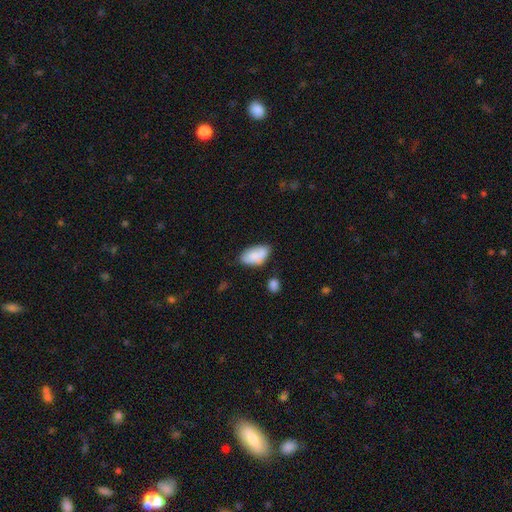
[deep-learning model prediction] smooth-or-featured: smooth: 84% | featured or disk: 10% | star or artifact: 7%
  how-rounded: in between: 94% | round: 3% | cigar-shaped: 3%
  merging: none: 60% | minor disturbance: 26% | merger: 7% | major disturbance: 6%